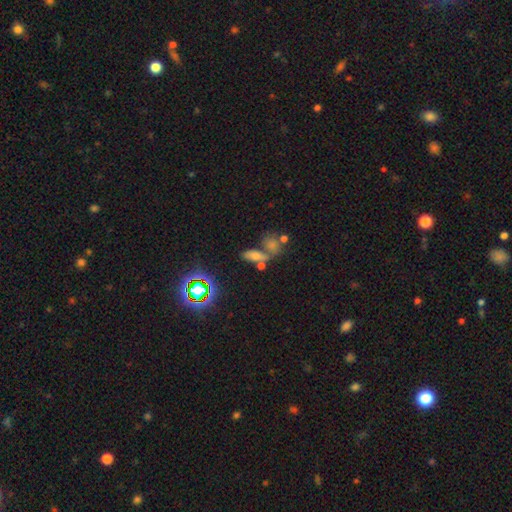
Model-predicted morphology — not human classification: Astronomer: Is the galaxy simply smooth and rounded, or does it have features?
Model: smooth — 54% (runner-up: star or artifact, 31%).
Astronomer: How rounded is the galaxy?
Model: in between — 63%.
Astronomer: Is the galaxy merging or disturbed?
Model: none — 43% (runner-up: merger, 39%).